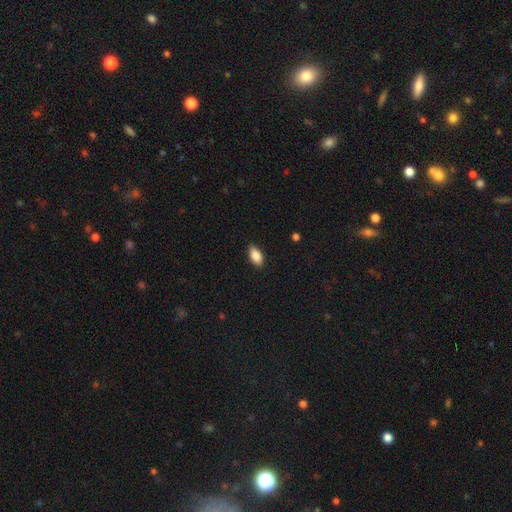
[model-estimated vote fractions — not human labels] smooth-or-featured: smooth: 87% | star or artifact: 7% | featured or disk: 6%
  how-rounded: in between: 91% | cigar-shaped: 6% | round: 3%
  merging: none: 88% | minor disturbance: 10% | major disturbance: 2% | merger: 1%